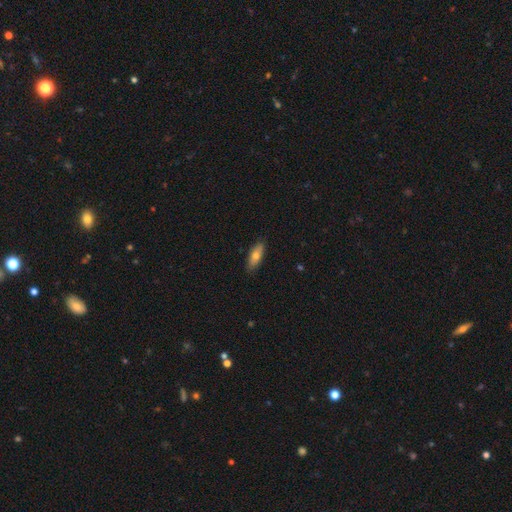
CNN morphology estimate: Smooth or featured? Predicted: smooth (p=0.70). How rounded? Predicted: in between (p=0.62). Merging? Predicted: none (p=0.87).